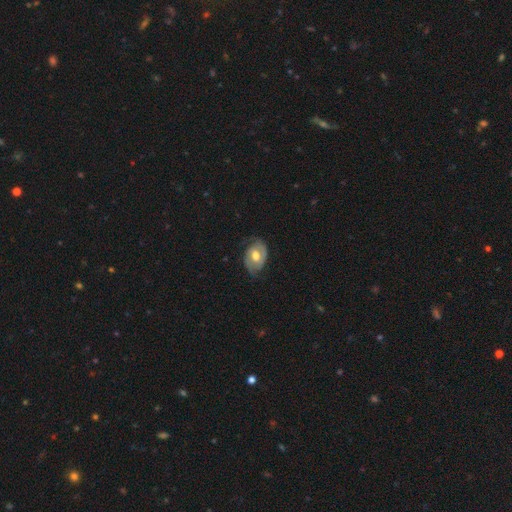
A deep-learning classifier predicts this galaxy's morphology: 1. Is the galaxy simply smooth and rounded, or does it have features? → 65% featured or disk, 30% smooth, 6% star or artifact.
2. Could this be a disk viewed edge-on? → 96% no, 4% yes.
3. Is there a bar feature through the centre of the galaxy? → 56% no, 34% weak, 10% strong.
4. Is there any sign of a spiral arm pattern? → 73% yes, 27% no.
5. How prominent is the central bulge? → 71% moderate, 20% large, 7% small, 1% dominant, 1% none.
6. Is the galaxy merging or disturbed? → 67% none, 23% minor disturbance, 9% major disturbance, 1% merger.